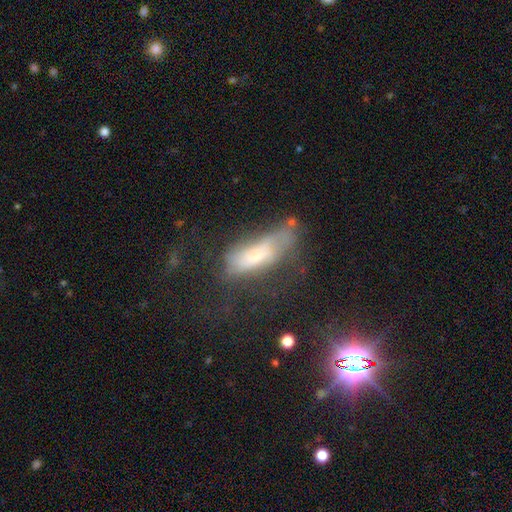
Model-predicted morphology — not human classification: Smooth or featured? smooth (55%)
How rounded? in between (56%)
Merging? major disturbance (36%)